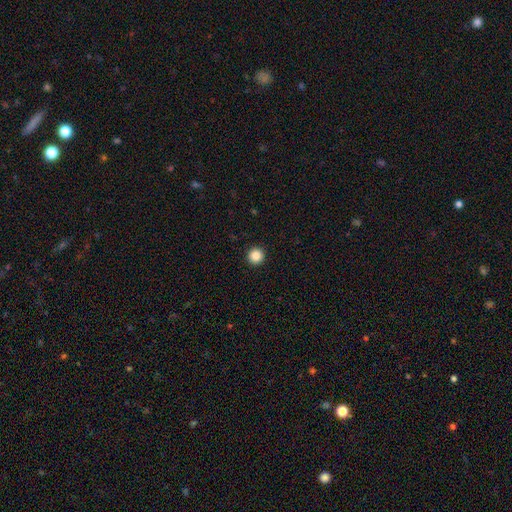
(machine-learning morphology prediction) Q: Smooth or featured?
A: smooth (87%); runner-up: star or artifact (10%)
Q: How rounded?
A: round (96%); runner-up: in between (3%)
Q: Merging?
A: none (94%); runner-up: minor disturbance (4%)